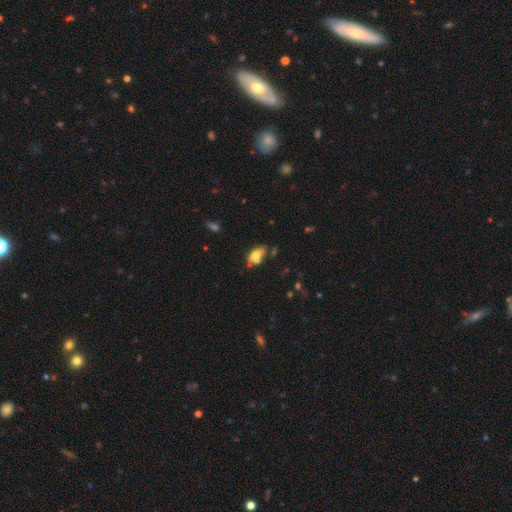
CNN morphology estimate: A smooth galaxy with no disk features (65%) that is in between round and cigar-shaped (86%).

Vote fractions:
- Smooth or featured? smooth: 65% / featured or disk: 25% / star or artifact: 10%
- How rounded? in between: 86% / round: 10% / cigar-shaped: 4%
- Merging? none: 47% / minor disturbance: 24% / merger: 21% / major disturbance: 9%